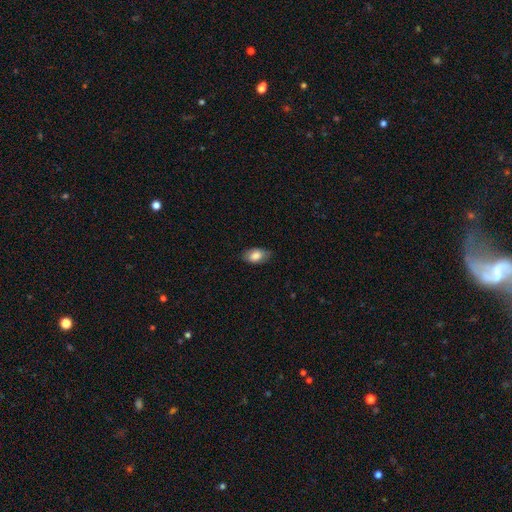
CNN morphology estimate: This is clearly a smooth galaxy (81%). How rounded: clearly in between (92%). Merging: likely none (80%).